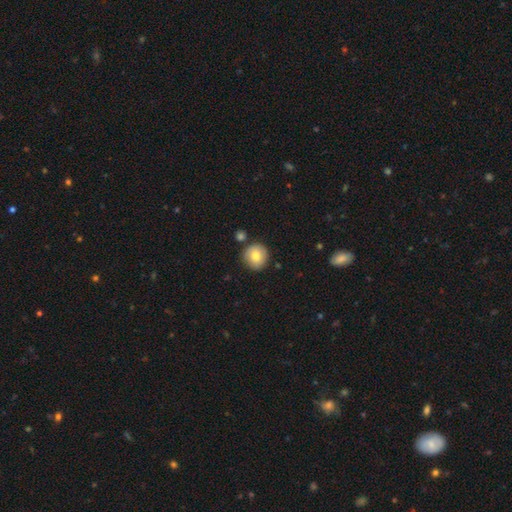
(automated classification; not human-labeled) This is likely a smooth galaxy (77%). How rounded: clearly round (94%). Merging: clearly none (83%).